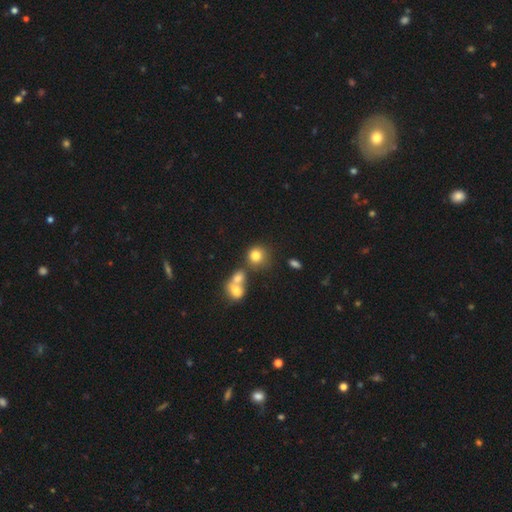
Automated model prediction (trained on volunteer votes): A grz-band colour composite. It shows a smooth galaxy with no disk features (79%) that is round (83%). Merging: none (56%).